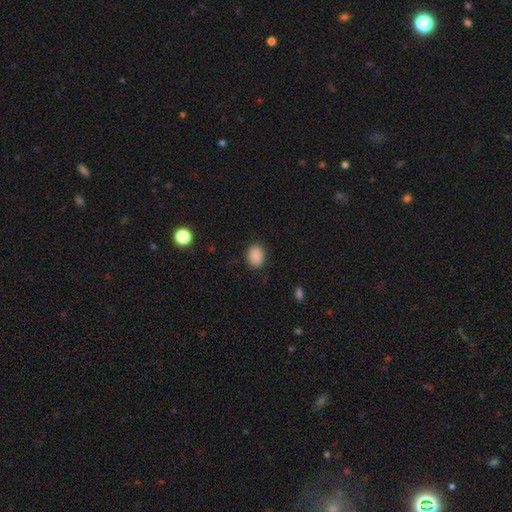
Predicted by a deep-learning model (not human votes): Q: Smooth or featured?
A: smooth (88%); runner-up: star or artifact (9%)
Q: How rounded?
A: in between (58%); runner-up: round (41%)
Q: Merging?
A: none (87%); runner-up: minor disturbance (9%)